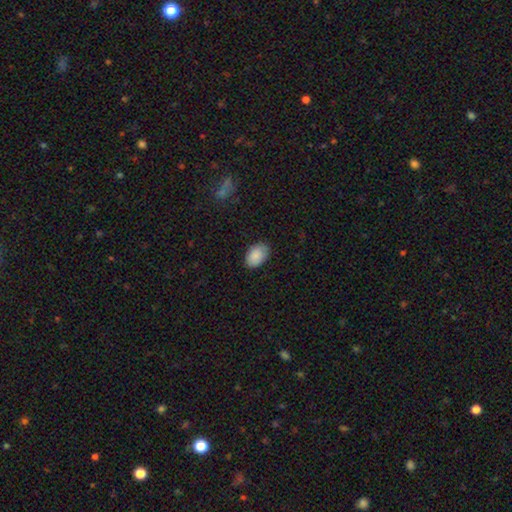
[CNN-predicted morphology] Overall: smooth (89%). How rounded: in between (90%). Merging: none (84%).